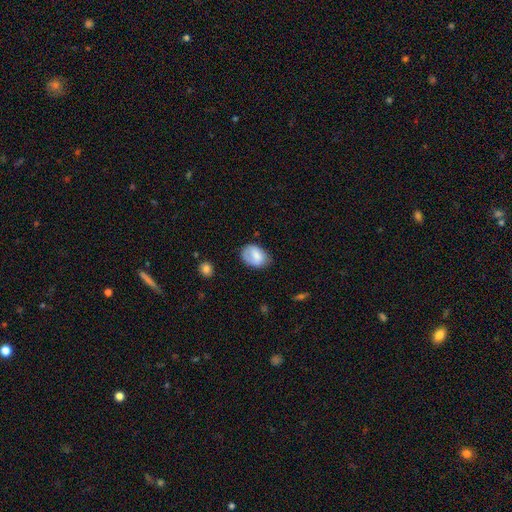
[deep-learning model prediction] smooth_or_featured: smooth (p=0.73) [alt: featured or disk p=0.19]
how_rounded: in between (p=0.78) [alt: round p=0.21]
merging: none (p=0.57) [alt: minor disturbance p=0.30]